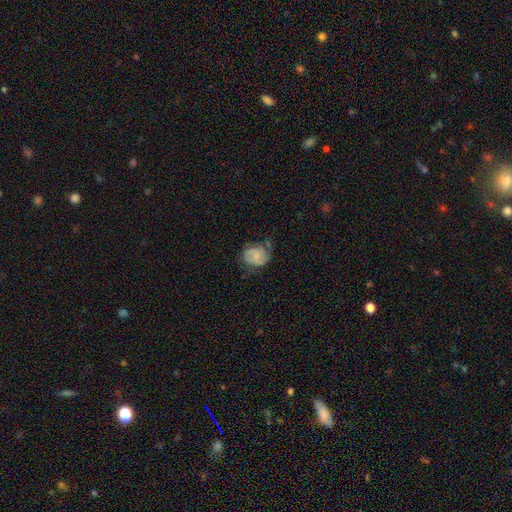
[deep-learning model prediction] Smooth or featured? Predicted: featured or disk (p=0.48). Merging? Predicted: none (p=0.48).